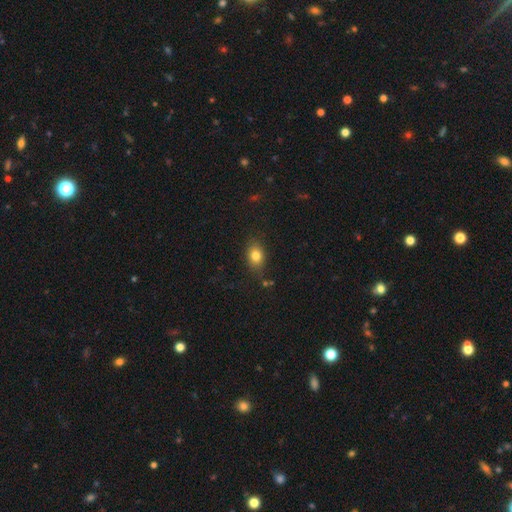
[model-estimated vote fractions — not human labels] A smooth galaxy with no disk features (81%) that is in between round and cigar-shaped (70%).

Vote fractions:
- Smooth or featured? smooth: 81% / star or artifact: 10% / featured or disk: 9%
- How rounded? in between: 70% / round: 28% / cigar-shaped: 2%
- Merging? none: 80% / minor disturbance: 14% / major disturbance: 3% / merger: 2%